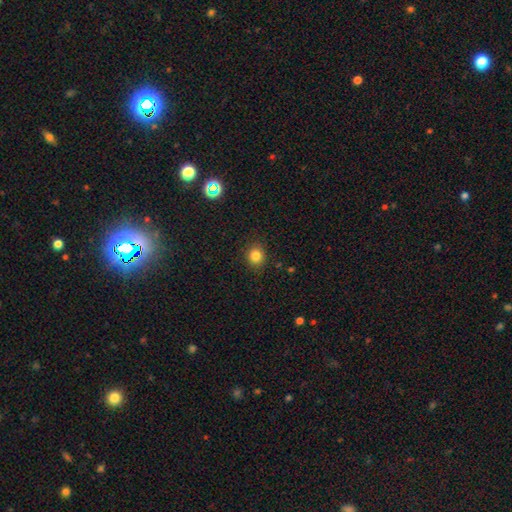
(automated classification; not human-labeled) Q: Smooth or featured?
A: smooth (83%); runner-up: star or artifact (12%)
Q: How rounded?
A: round (77%); runner-up: in between (22%)
Q: Merging?
A: none (88%); runner-up: minor disturbance (8%)